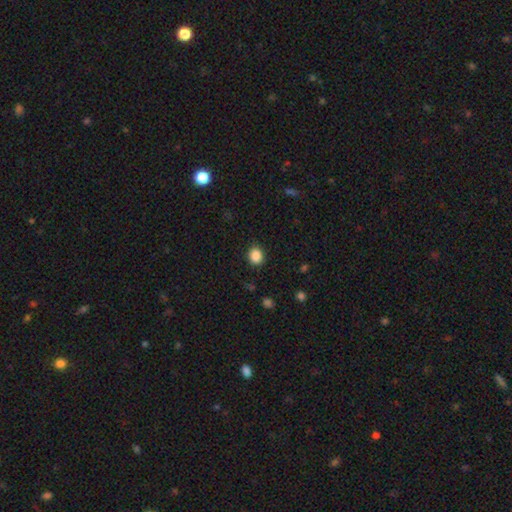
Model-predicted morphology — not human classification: Smooth or featured: smooth — 87% (star or artifact — 10%)
How rounded: round — 62% (in between — 37%)
Merging: none — 88% (minor disturbance — 9%)